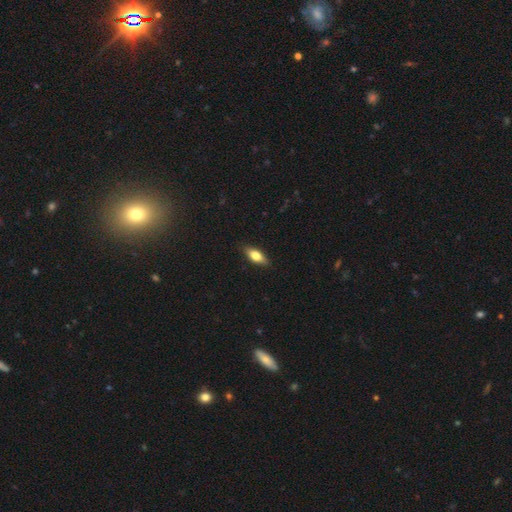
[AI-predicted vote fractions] Smooth or featured: smooth — 70% (featured or disk — 24%)
How rounded: in between — 74% (cigar-shaped — 23%)
Merging: none — 86% (minor disturbance — 10%)